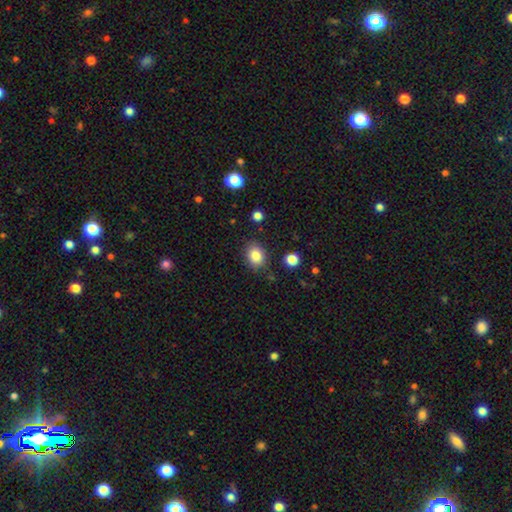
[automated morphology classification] This is clearly a smooth galaxy (85%). How rounded: possibly in between (56%). Merging: clearly none (82%).